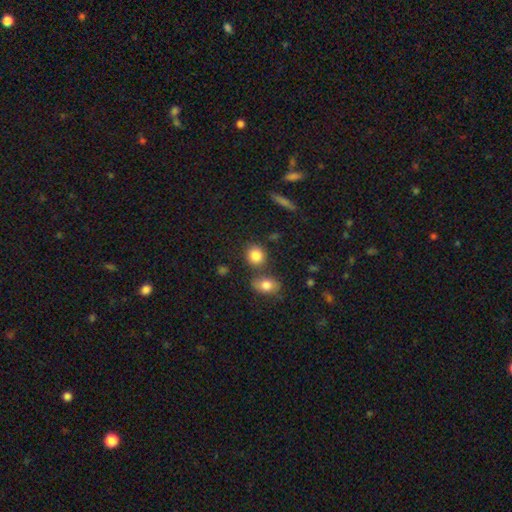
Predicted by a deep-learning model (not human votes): The model was most divided on "how rounded": round: 73%, in between: 26%, cigar-shaped: 2%. More confident: smooth or featured — smooth (84%); merging — none (74%).